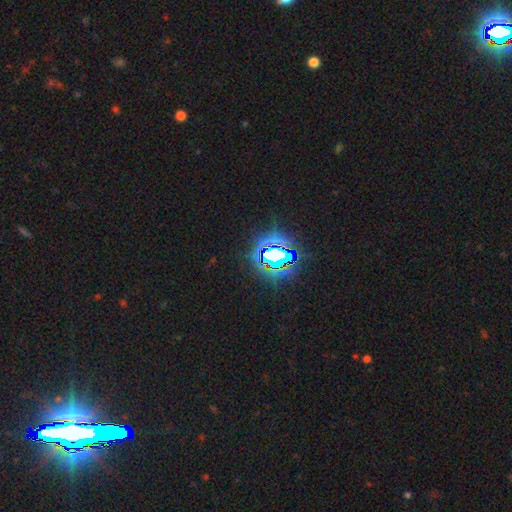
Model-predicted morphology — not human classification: type=star or artifact (82%).